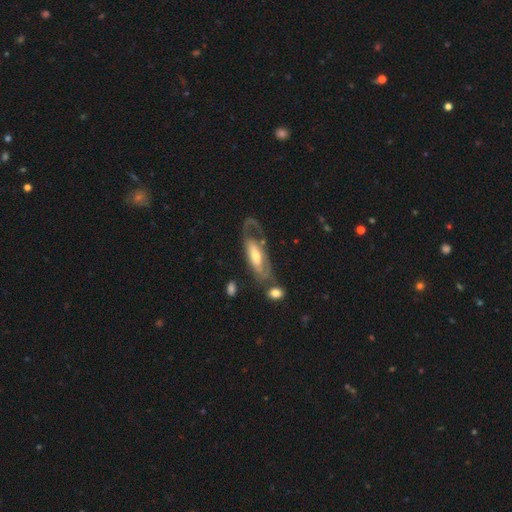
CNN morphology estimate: Overall: featured or disk (68%). Edge-on disk: no (82%). Bar: no (55%; weak 30%). Spiral arms: yes (70%; no 30%). Bulge size: moderate (57%; small 20%). Merging: none (37%; major disturbance 33%).